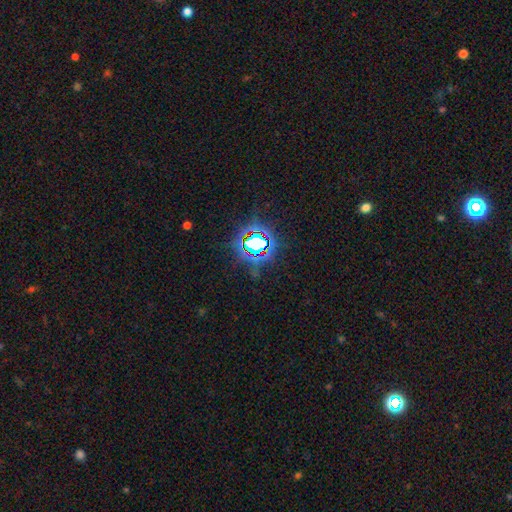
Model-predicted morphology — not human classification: Q: Smooth or featured?
A: star or artifact (78%); runner-up: smooth (13%)